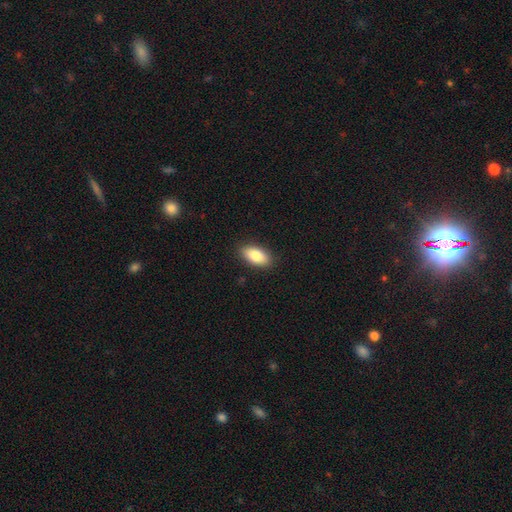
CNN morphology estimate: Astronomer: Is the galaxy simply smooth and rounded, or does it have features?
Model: smooth — 84%.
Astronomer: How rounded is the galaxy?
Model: in between — 91%.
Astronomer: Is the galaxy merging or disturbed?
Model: none — 89%.